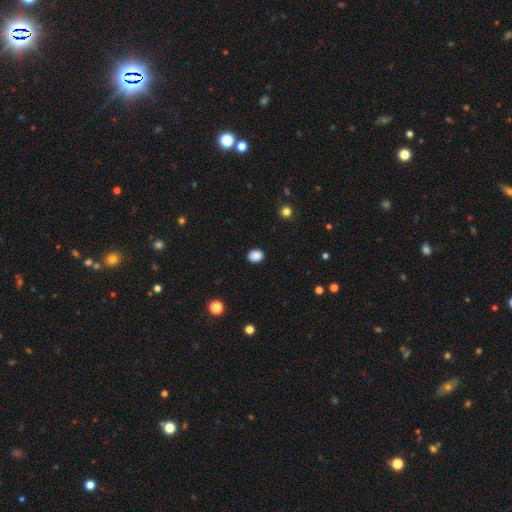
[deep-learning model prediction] smooth 88%, star or artifact 9%, featured or disk 3%. Down the decision tree: how rounded — in between (58%); merging — none (89%).